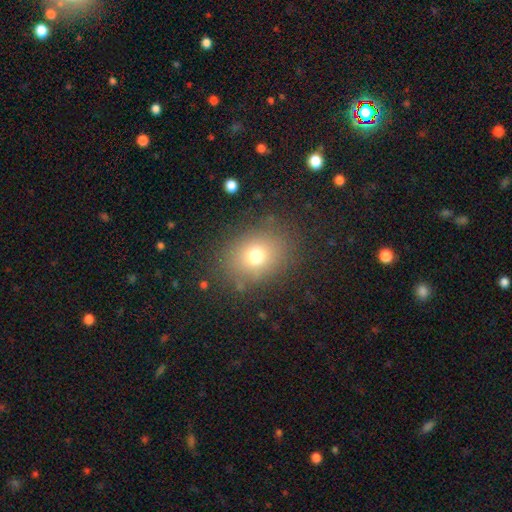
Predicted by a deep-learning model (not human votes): This is likely a smooth galaxy (72%). How rounded: possibly round (57%). Merging: clearly none (82%).